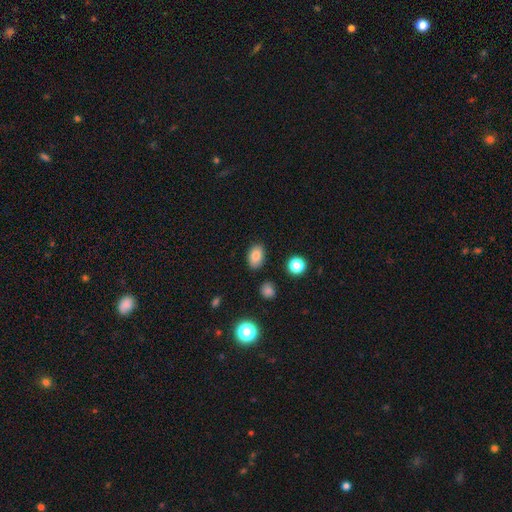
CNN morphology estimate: Smooth or featured?
  - smooth: 83% *
  - star or artifact: 10%
  - featured or disk: 7%
How rounded?
  - in between: 85% *
  - round: 14%
  - cigar-shaped: 1%
Merging?
  - none: 84% *
  - minor disturbance: 11%
  - major disturbance: 3%
  - merger: 3%